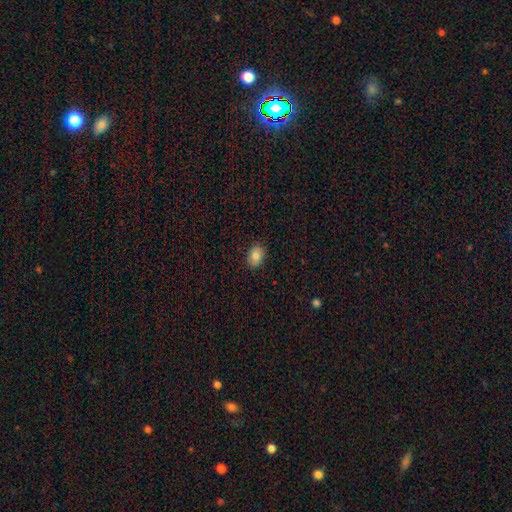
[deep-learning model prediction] Overall: smooth (81%). How rounded: in between (66%; round 33%). Merging: none (87%).